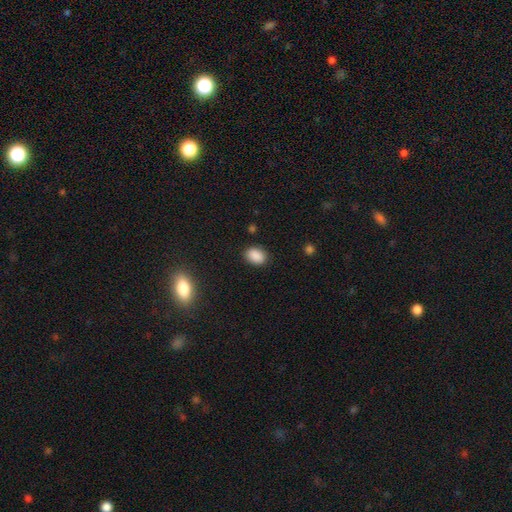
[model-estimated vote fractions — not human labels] This is clearly a smooth galaxy (88%). How rounded: likely in between (75%). Merging: clearly none (86%).